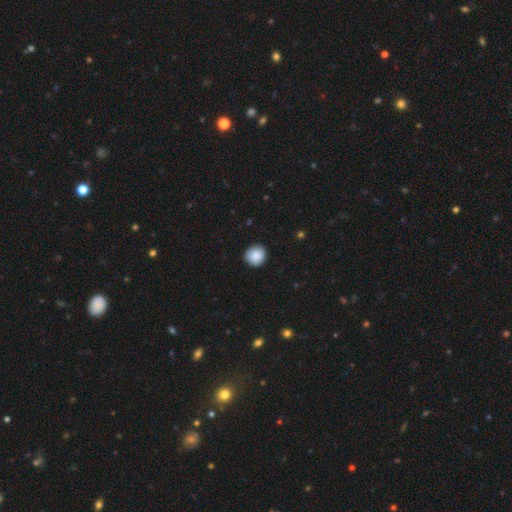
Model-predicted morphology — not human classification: smooth-or-featured: smooth: 88% | star or artifact: 7% | featured or disk: 5%
  how-rounded: round: 93% | in between: 6% | cigar-shaped: 1%
  merging: none: 90% | minor disturbance: 7% | major disturbance: 2% | merger: 1%